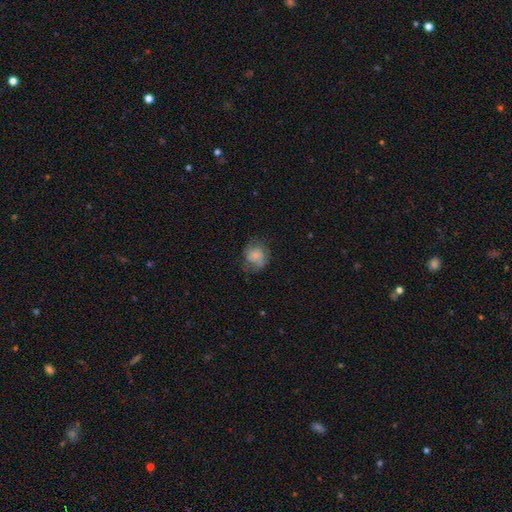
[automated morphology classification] This appears to be a smooth galaxy with no disk features (67%) that is round (72%). Merging: none (57%).